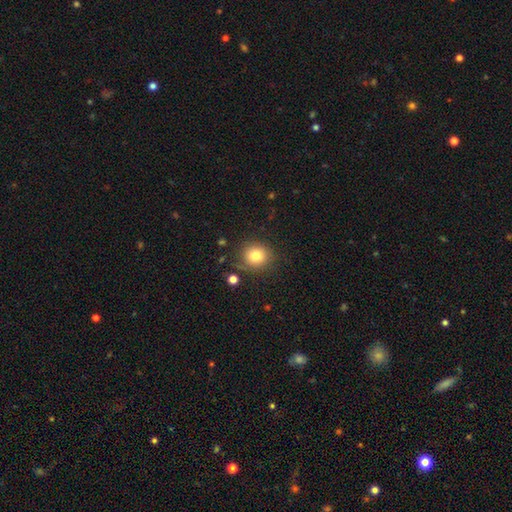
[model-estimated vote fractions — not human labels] A smooth galaxy with no disk features (79%) that is round (88%). Merging: none (80%).